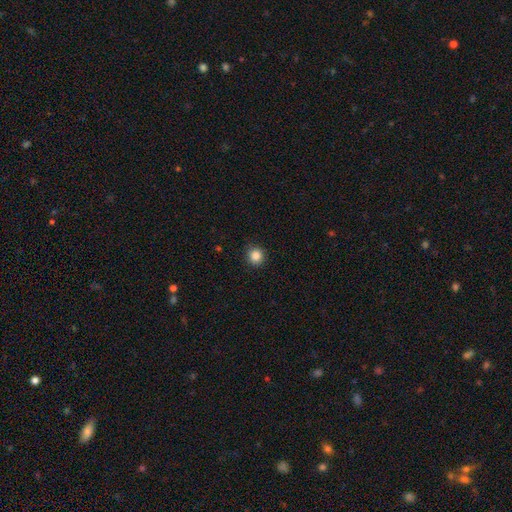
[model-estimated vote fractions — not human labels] smooth_or_featured: smooth (p=0.85) [alt: star or artifact p=0.11]
how_rounded: round (p=0.91) [alt: in between p=0.08]
merging: none (p=0.90) [alt: minor disturbance p=0.07]